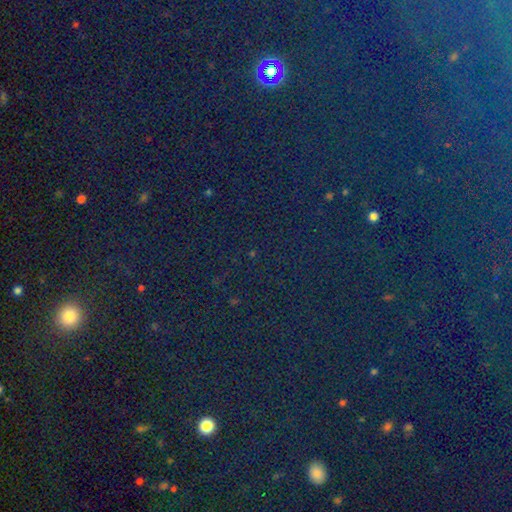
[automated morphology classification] Overall: star or artifact (78%).